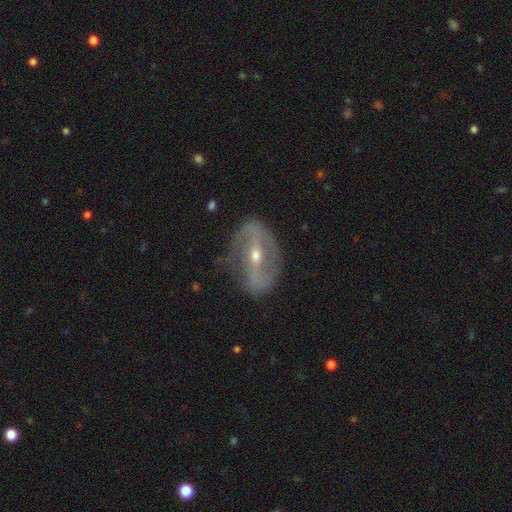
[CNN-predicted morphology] The model was most divided on "bulge size": small: 50%, moderate: 47%, large: 1%, none: 1%, dominant: 1%. Remaining: edge-on disk — no (89%); spiral arm count — 2 (82%); smooth or featured — featured or disk (82%); spiral arms — yes (75%); merging — none (68%); bar — strong (61%); spiral winding — loose (41%).